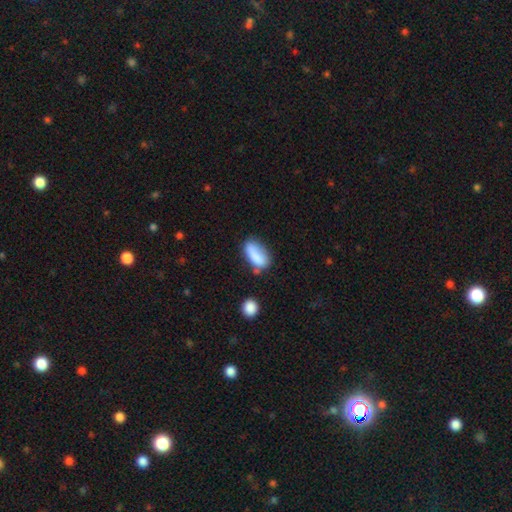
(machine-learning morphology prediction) Q: Smooth or featured?
A: smooth (81%); runner-up: featured or disk (11%)
Q: How rounded?
A: in between (83%); runner-up: cigar-shaped (14%)
Q: Merging?
A: none (47%); runner-up: minor disturbance (28%)